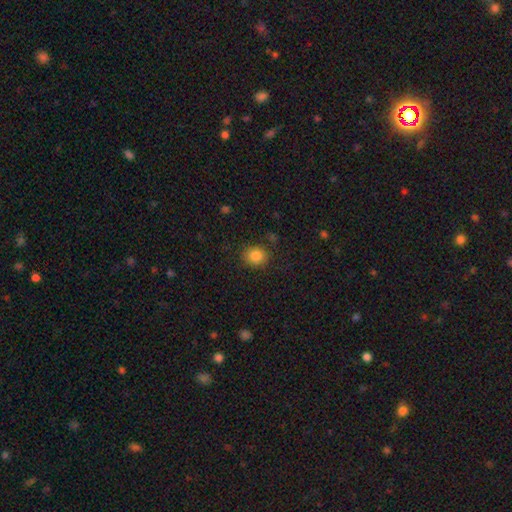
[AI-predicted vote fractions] smooth-or-featured: smooth: 85% | star or artifact: 10% | featured or disk: 5%
  how-rounded: round: 75% | in between: 24% | cigar-shaped: 1%
  merging: none: 84% | minor disturbance: 10% | major disturbance: 3% | merger: 2%